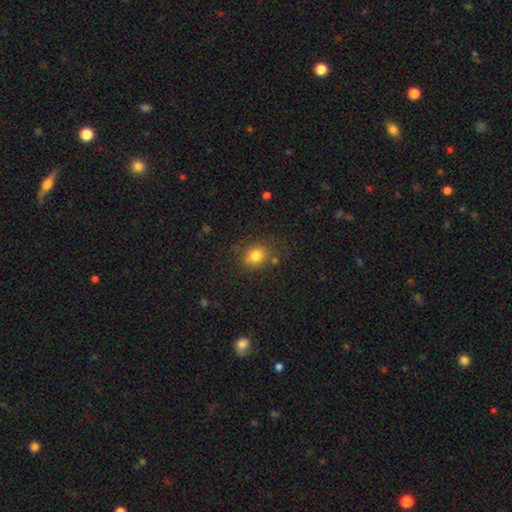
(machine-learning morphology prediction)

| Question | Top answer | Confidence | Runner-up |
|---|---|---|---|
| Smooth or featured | smooth | 79% | star or artifact (12%) |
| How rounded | round | 64% | in between (35%) |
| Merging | none | 73% | minor disturbance (16%) |